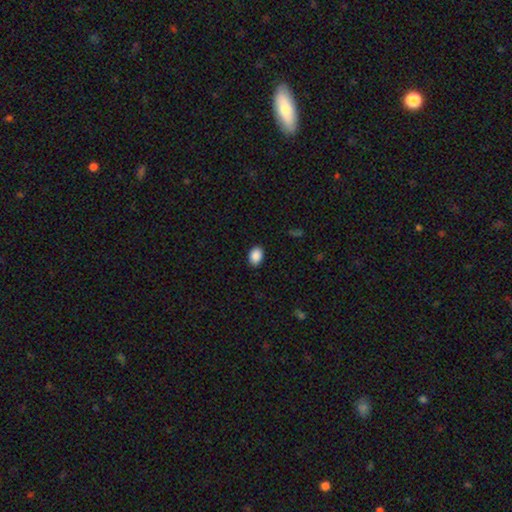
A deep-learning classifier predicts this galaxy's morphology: Overall: smooth (89%). How rounded: in between (73%). Merging: none (89%).